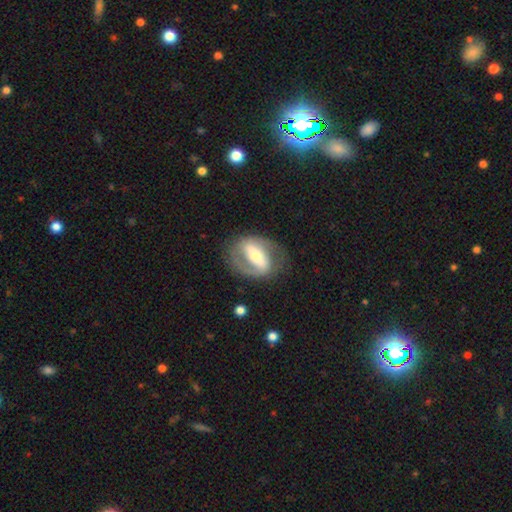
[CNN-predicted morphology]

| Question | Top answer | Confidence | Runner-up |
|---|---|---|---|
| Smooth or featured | featured or disk | 71% | smooth (23%) |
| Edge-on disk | no | 92% | yes (8%) |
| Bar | strong | 62% | weak (22%) |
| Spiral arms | yes | 62% | no (38%) |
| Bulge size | moderate | 55% | small (32%) |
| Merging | none | 70% | minor disturbance (17%) |